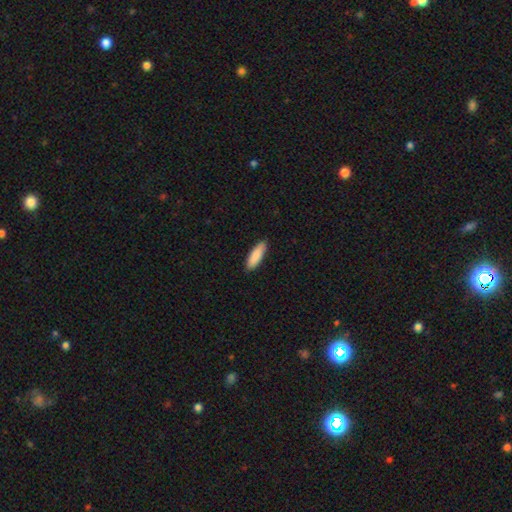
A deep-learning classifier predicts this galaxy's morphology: smooth_or_featured: smooth (p=0.89) [alt: featured or disk p=0.06]
how_rounded: cigar-shaped (p=0.53) [alt: in between p=0.45]
merging: none (p=0.89) [alt: minor disturbance p=0.08]